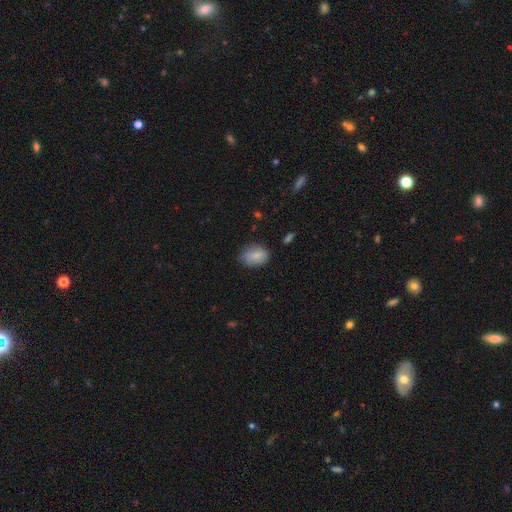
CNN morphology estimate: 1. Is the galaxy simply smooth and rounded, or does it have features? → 81% smooth, 11% featured or disk, 8% star or artifact.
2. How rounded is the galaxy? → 77% in between, 21% round, 2% cigar-shaped.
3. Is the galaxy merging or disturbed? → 70% none, 24% minor disturbance, 5% major disturbance, 2% merger.